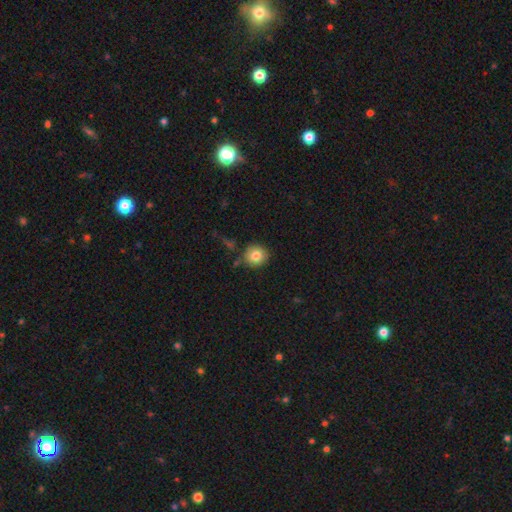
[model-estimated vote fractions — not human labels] smooth 82%, star or artifact 9%, featured or disk 9%. Down the decision tree: how rounded — round (92%); merging — none (82%).